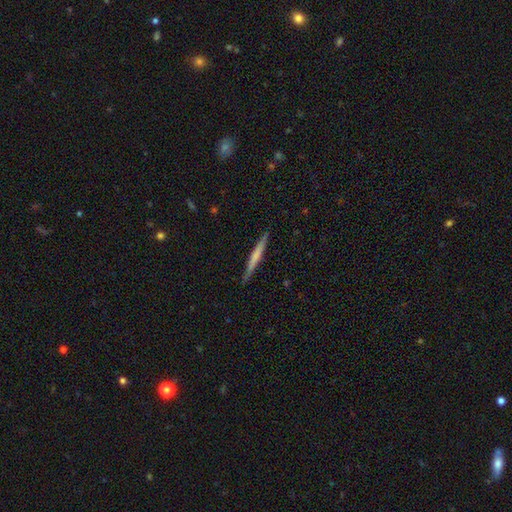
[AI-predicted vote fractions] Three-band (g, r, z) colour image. It shows a smooth galaxy with no disk features (52%) that is cigar-shaped (96%). Merging: none (89%).